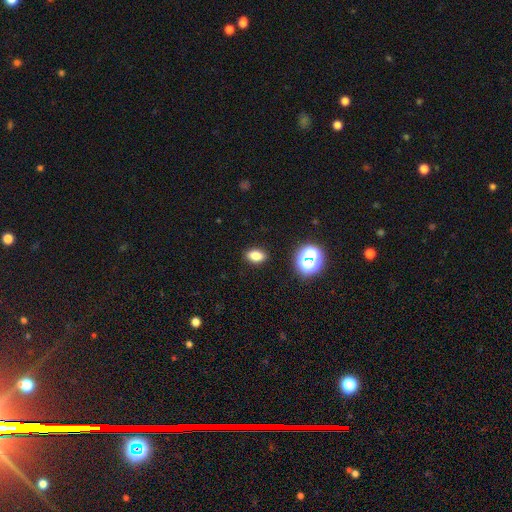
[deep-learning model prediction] smooth_or_featured: smooth (p=0.80) [alt: star or artifact p=0.14]
how_rounded: in between (p=0.83) [alt: round p=0.15]
merging: none (p=0.88) [alt: minor disturbance p=0.08]